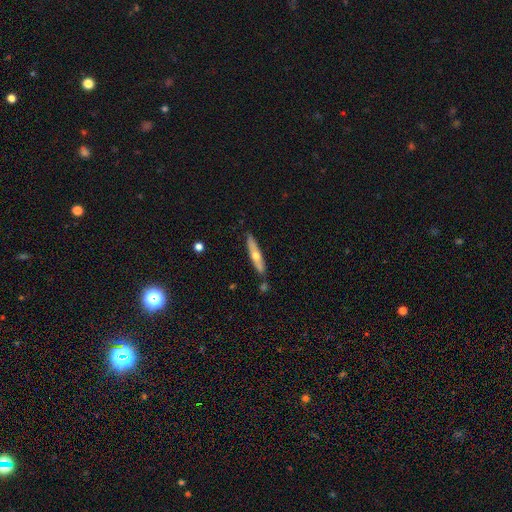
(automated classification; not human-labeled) smooth_or_featured: featured or disk (p=0.50) [alt: smooth p=0.44]
disk_edge_on: yes (p=0.86) [alt: no p=0.14]
merging: none (p=0.83) [alt: minor disturbance p=0.10]